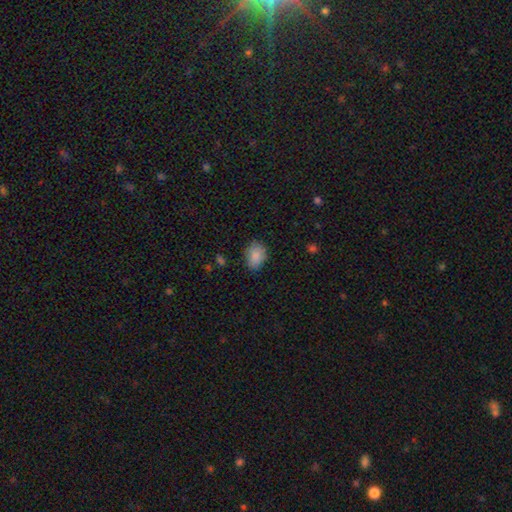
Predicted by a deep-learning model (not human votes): smooth_or_featured: smooth (p=0.87) [alt: star or artifact p=0.08]
how_rounded: in between (p=0.68) [alt: round p=0.31]
merging: none (p=0.77) [alt: minor disturbance p=0.18]